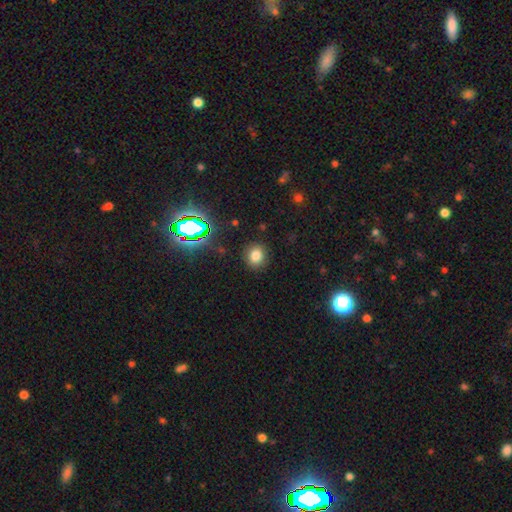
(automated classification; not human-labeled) Smooth or featured: smooth — 76% (star or artifact — 17%)
How rounded: round — 76% (in between — 23%)
Merging: none — 88% (minor disturbance — 8%)